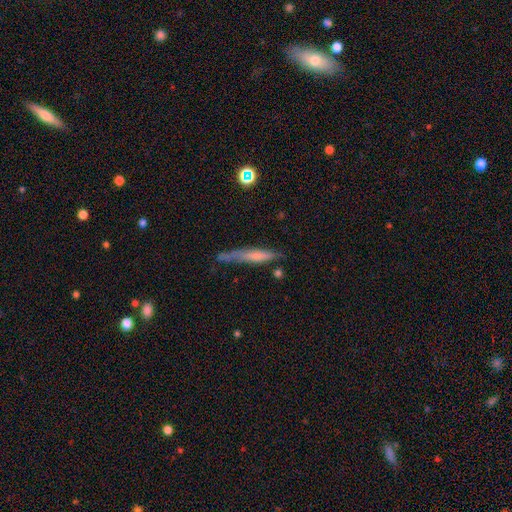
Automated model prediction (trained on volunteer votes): The model was most divided on "smooth or featured": smooth: 53%, featured or disk: 39%, star or artifact: 8%. More confident: how rounded — cigar-shaped (91%); merging — none (59%).